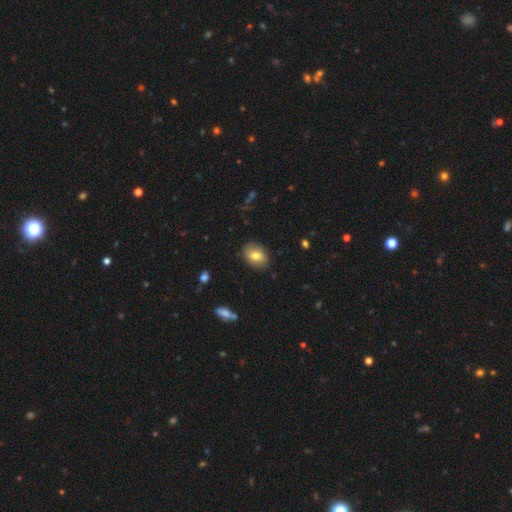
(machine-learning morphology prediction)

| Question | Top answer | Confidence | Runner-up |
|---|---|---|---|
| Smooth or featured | smooth | 73% | featured or disk (19%) |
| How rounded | in between | 73% | round (26%) |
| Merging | none | 85% | minor disturbance (12%) |